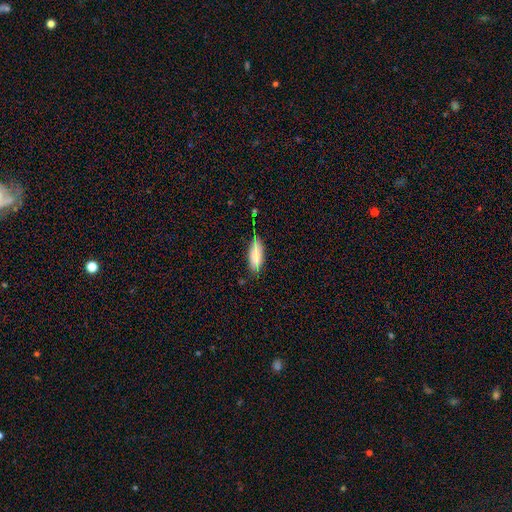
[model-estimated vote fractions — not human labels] Smooth or featured?
  - smooth: 80% *
  - featured or disk: 14%
  - star or artifact: 7%
How rounded?
  - in between: 57% *
  - cigar-shaped: 41%
  - round: 2%
Merging?
  - none: 73% *
  - minor disturbance: 22%
  - major disturbance: 3%
  - merger: 2%